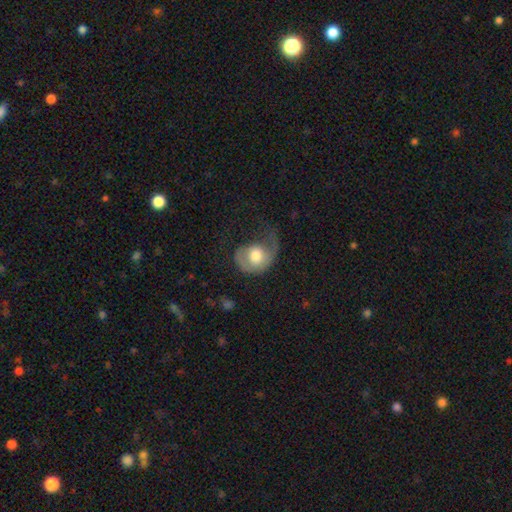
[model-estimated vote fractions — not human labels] smooth-or-featured: smooth: 49% | featured or disk: 45% | star or artifact: 6%
  merging: major disturbance: 52% | minor disturbance: 24% | none: 22% | merger: 3%